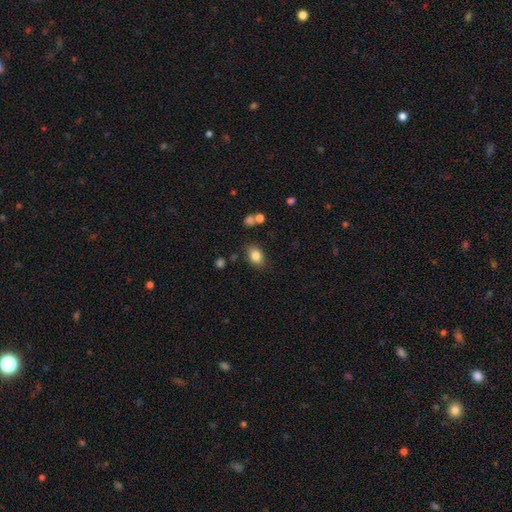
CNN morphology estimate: Q: Smooth or featured?
A: smooth (83%); runner-up: star or artifact (9%)
Q: How rounded?
A: in between (73%); runner-up: round (25%)
Q: Merging?
A: none (79%); runner-up: minor disturbance (14%)